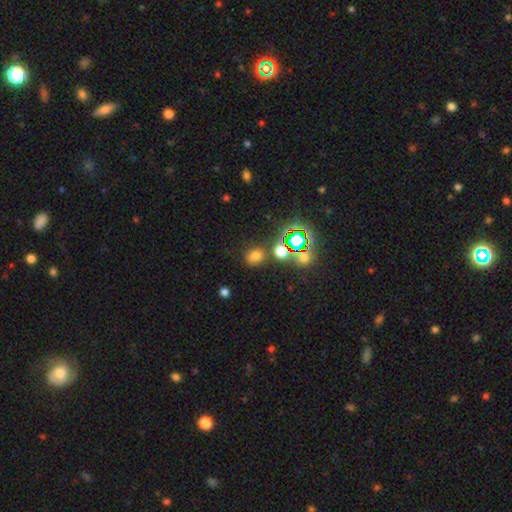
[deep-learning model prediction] Smooth or featured? Predicted: smooth (p=0.65). How rounded? Predicted: round (p=0.59). Merging? Predicted: none (p=0.77).